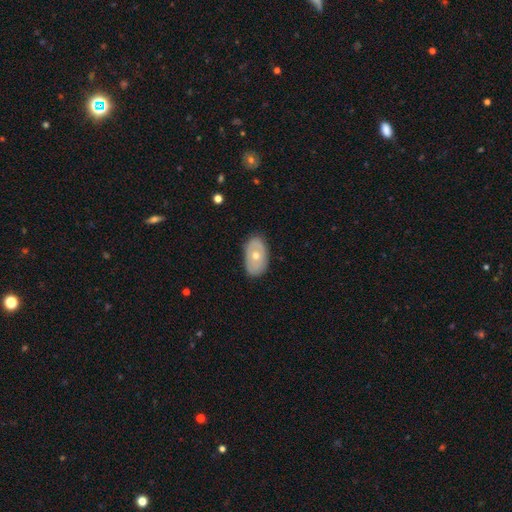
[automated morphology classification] Q: Smooth or featured?
A: smooth (50%); runner-up: featured or disk (43%)
Q: How rounded?
A: in between (88%); runner-up: round (11%)
Q: Merging?
A: none (81%); runner-up: minor disturbance (14%)